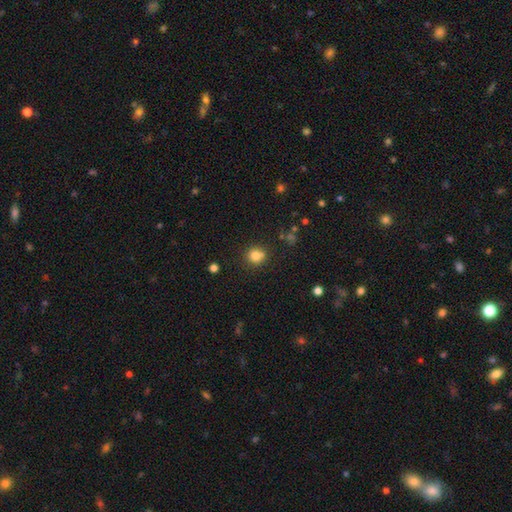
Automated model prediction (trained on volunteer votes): This is likely a smooth galaxy (79%). How rounded: clearly round (87%). Merging: likely none (69%).